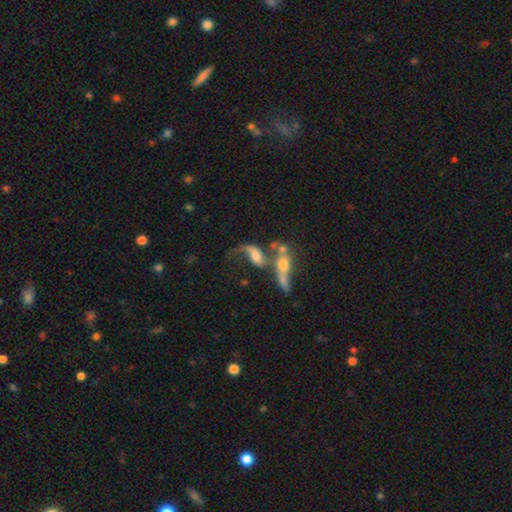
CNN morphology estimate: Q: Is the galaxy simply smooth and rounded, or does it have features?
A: featured or disk — 57%.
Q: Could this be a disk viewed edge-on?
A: no — 91%.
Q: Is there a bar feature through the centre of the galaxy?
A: no — 64%.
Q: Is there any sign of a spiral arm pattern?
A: yes — 64%.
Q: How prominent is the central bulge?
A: moderate — 37%.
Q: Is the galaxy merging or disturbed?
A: merger — 59%.